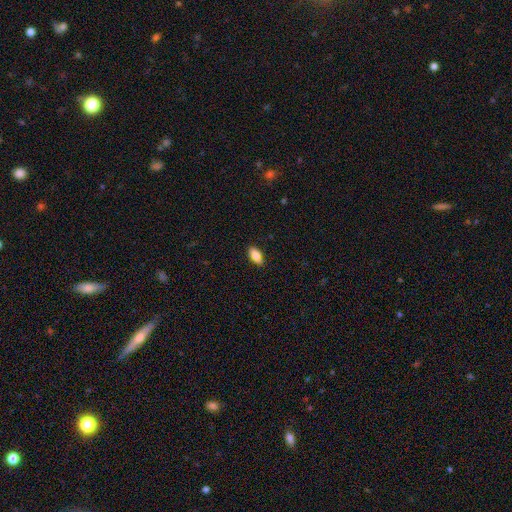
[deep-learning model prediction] A smooth galaxy with no disk features (82%) that is in between round and cigar-shaped (88%). Merging: none (88%).